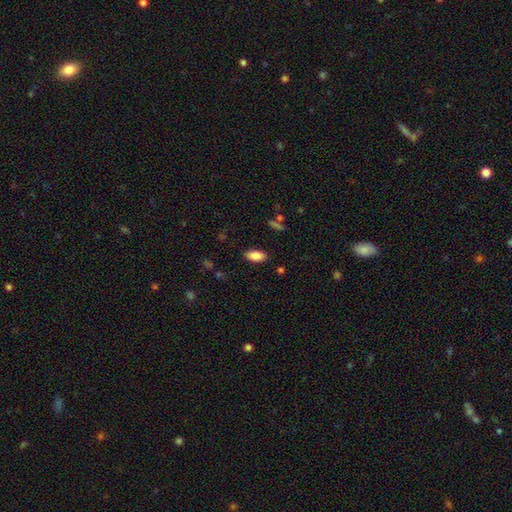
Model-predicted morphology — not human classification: This is clearly a smooth galaxy (87%). How rounded: clearly in between (90%). Merging: clearly none (86%).